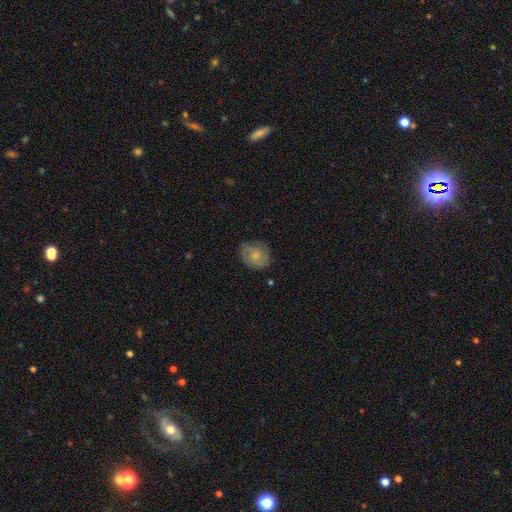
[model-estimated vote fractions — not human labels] This is likely a smooth galaxy (62%). How rounded: likely round (62%). Merging: likely none (68%).